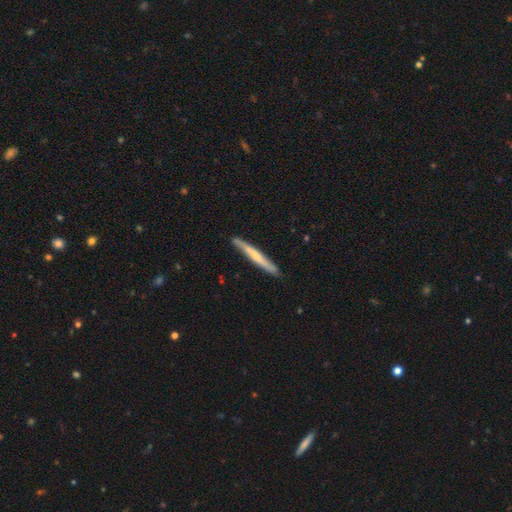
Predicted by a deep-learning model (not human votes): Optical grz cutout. It shows a smooth galaxy with no disk features (50%). Merging: none (88%).